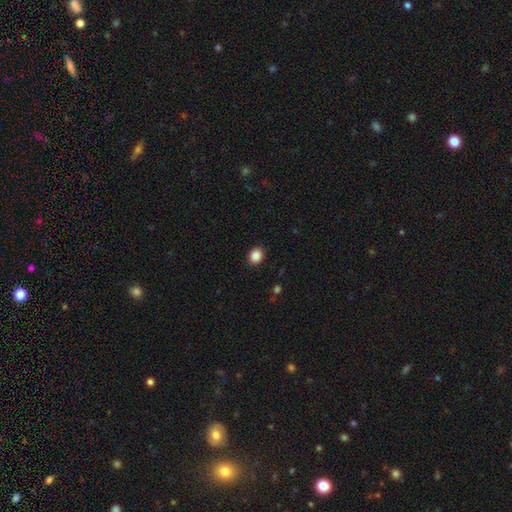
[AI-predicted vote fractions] A smooth galaxy with no disk features (87%) that is round (55%).

Vote fractions:
- Smooth or featured? smooth: 87% / star or artifact: 9% / featured or disk: 4%
- How rounded? round: 55% / in between: 44% / cigar-shaped: 1%
- Merging? none: 90% / minor disturbance: 7% / major disturbance: 2% / merger: 1%